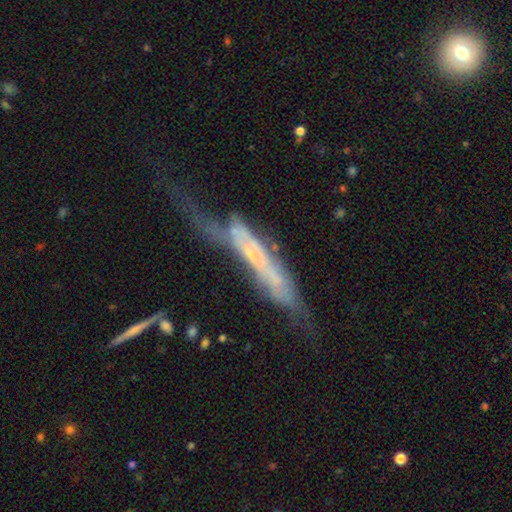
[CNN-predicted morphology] The model was most divided on "edge-on disk": yes: 58%, no: 42%. Remaining: smooth or featured — featured or disk (64%); merging — major disturbance (42%).